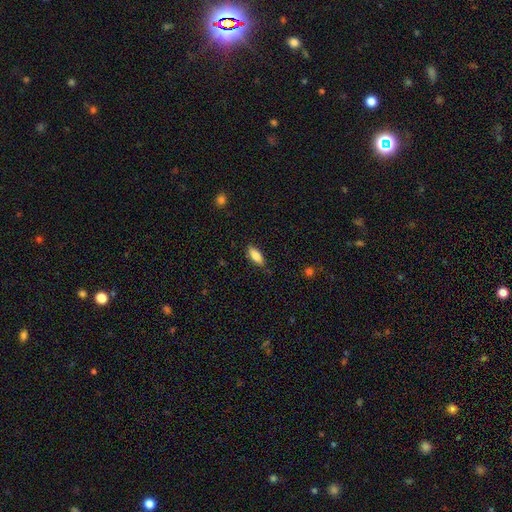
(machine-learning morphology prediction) smooth-or-featured: smooth: 82% | featured or disk: 11% | star or artifact: 7%
  how-rounded: in between: 73% | cigar-shaped: 25% | round: 2%
  merging: none: 83% | minor disturbance: 13% | major disturbance: 3% | merger: 1%